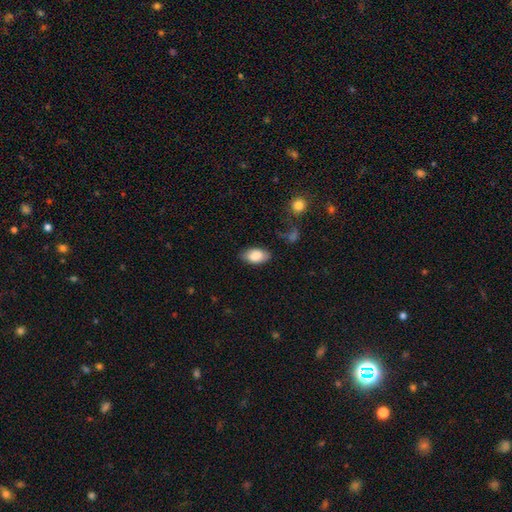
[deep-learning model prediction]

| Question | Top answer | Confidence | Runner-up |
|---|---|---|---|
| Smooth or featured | smooth | 84% | featured or disk (9%) |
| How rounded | in between | 94% | round (4%) |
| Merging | none | 81% | minor disturbance (14%) |